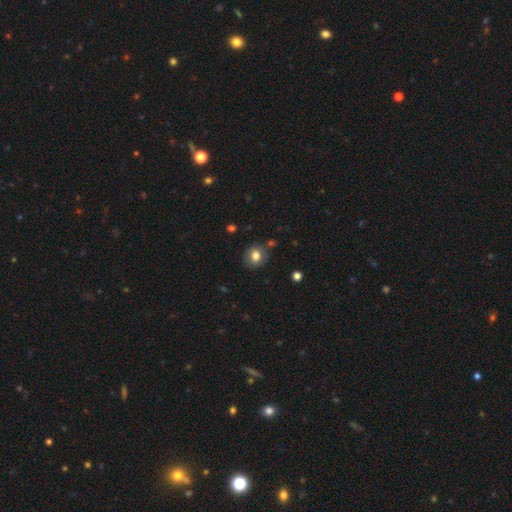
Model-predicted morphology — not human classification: A smooth galaxy with no disk features (79%) that is round (72%).

Vote fractions:
- Smooth or featured? smooth: 79% / featured or disk: 11% / star or artifact: 10%
- How rounded? round: 72% / in between: 27% / cigar-shaped: 1%
- Merging? none: 81% / minor disturbance: 12% / merger: 4% / major disturbance: 3%